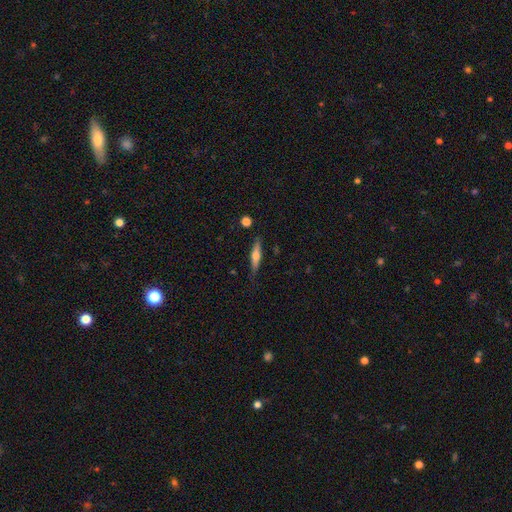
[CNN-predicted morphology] Smooth or featured? featured or disk (52%)
Edge-on disk? yes (95%)
Merging? none (81%)